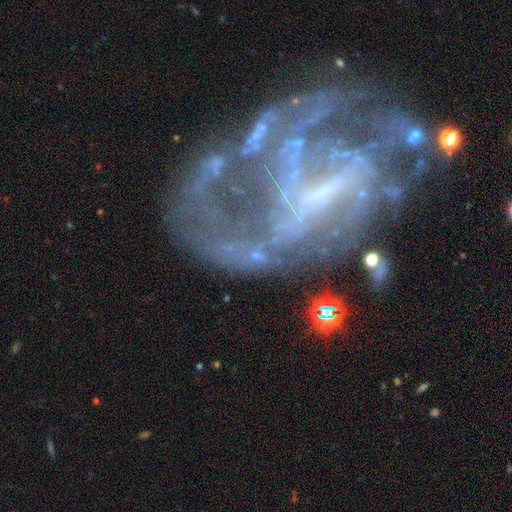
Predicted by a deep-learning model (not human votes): featured or disk 55%, star or artifact 29%, smooth 16%. Down the decision tree: edge-on disk — no (87%); merging — none (58%).